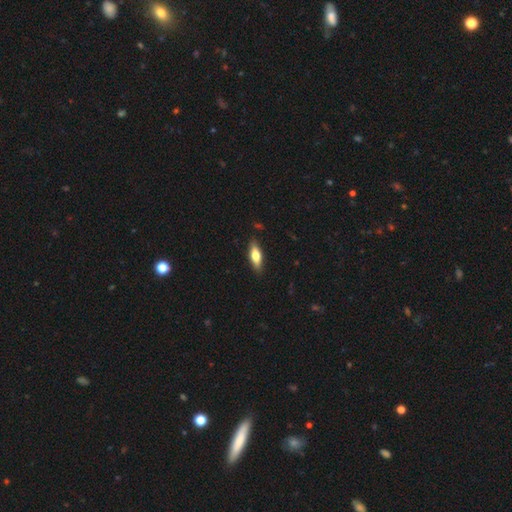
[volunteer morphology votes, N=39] A smooth galaxy with no disk features (62%) that is in between round and cigar-shaped (54%).

Vote fractions:
- Smooth or featured? smooth: 62% / featured or disk: 33% / star or artifact: 5%
- How rounded? in between: 54% / cigar-shaped: 42% / round: 4%
- Merging? none: 78% / minor disturbance: 16% / major disturbance: 3% / merger: 3%